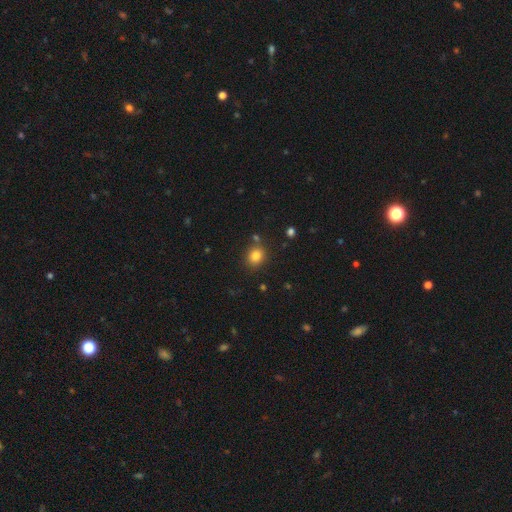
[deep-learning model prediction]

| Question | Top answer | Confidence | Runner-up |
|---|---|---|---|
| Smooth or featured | smooth | 82% | star or artifact (12%) |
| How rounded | round | 68% | in between (31%) |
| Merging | none | 79% | minor disturbance (11%) |